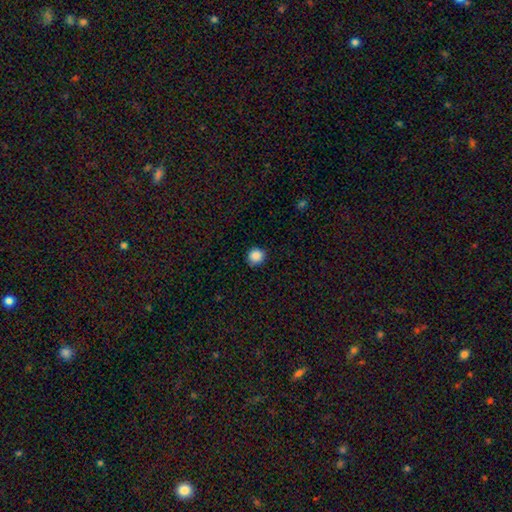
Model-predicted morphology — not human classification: Q: Smooth or featured?
A: smooth (87%); runner-up: star or artifact (10%)
Q: How rounded?
A: round (89%); runner-up: in between (10%)
Q: Merging?
A: none (89%); runner-up: minor disturbance (8%)